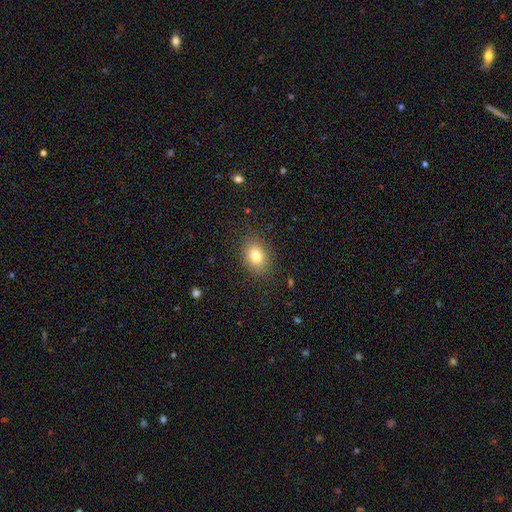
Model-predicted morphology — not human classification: Smooth or featured? smooth (79%)
How rounded? in between (66%)
Merging? none (86%)